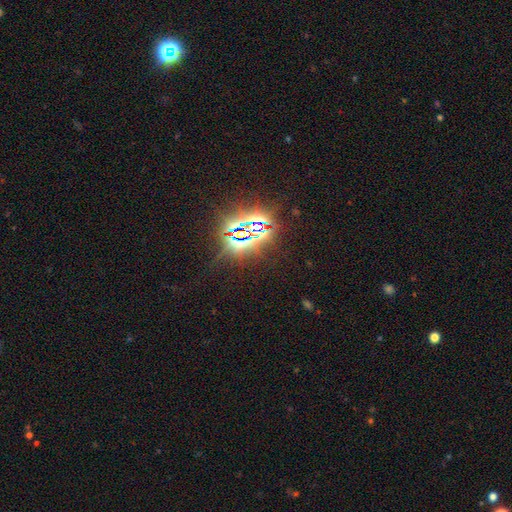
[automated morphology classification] This is clearly a star or artifact rather than a galaxy (82%).